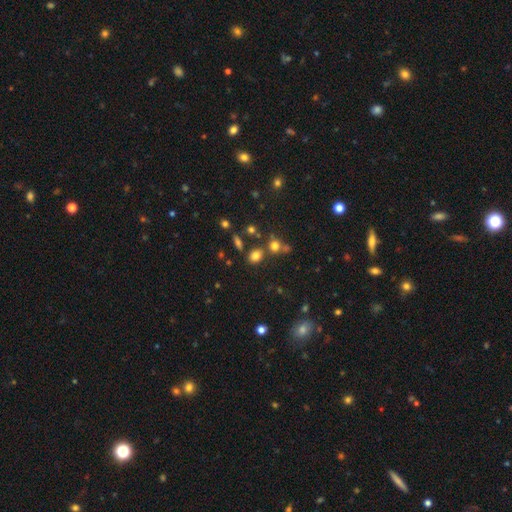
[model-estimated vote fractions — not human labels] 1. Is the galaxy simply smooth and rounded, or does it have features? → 76% smooth, 16% star or artifact, 8% featured or disk.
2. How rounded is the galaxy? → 56% in between, 42% round, 2% cigar-shaped.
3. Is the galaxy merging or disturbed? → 70% none, 15% merger, 11% minor disturbance, 4% major disturbance.